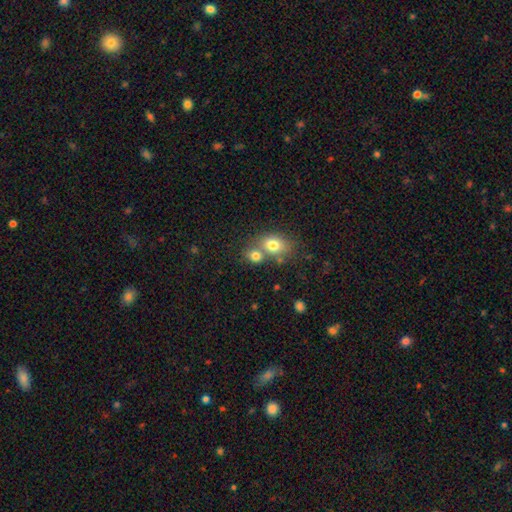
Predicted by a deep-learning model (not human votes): This appears to be a smooth galaxy with no disk features (79%) that is round (50%). Merging: merger (48%).